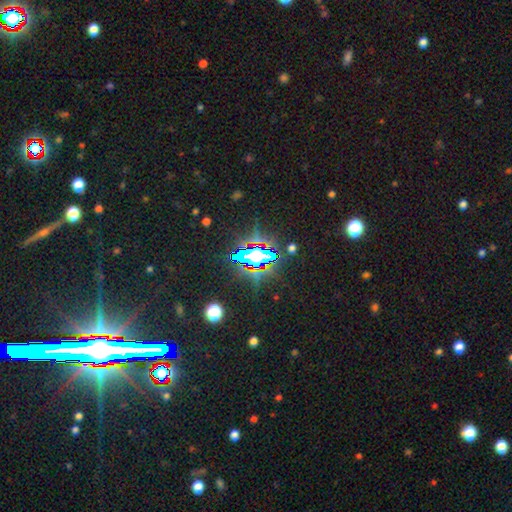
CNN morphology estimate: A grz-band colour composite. It shows a star or artifact, not a galaxy (73%).